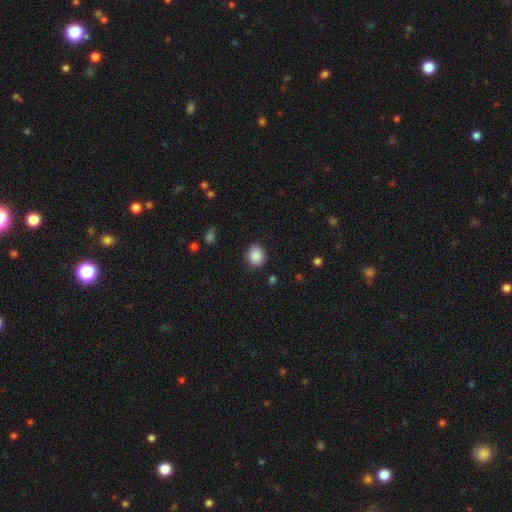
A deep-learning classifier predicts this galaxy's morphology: Smooth or featured? Predicted: smooth (p=0.88). How rounded? Predicted: round (p=0.73). Merging? Predicted: none (p=0.86).